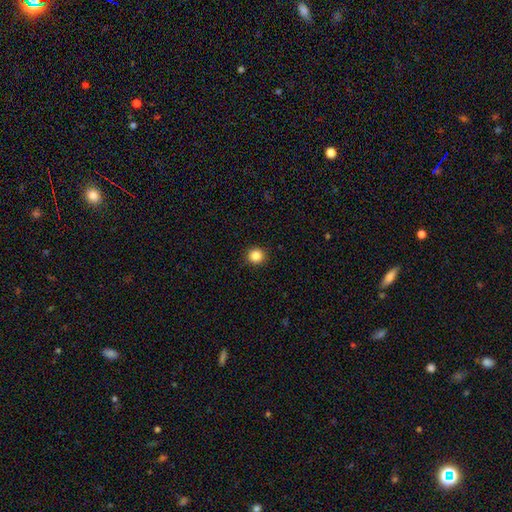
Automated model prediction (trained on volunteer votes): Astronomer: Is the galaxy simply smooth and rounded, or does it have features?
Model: smooth — 86%.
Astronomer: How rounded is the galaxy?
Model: round — 93%.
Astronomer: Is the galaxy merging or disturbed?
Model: none — 92%.